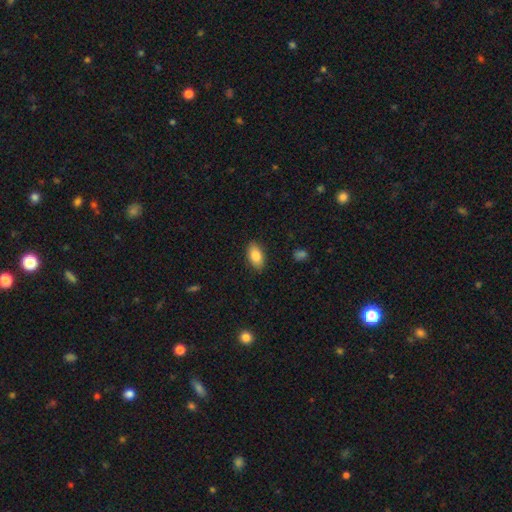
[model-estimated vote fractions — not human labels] Morphology: type=smooth (85%); roundness=in between (92%); merging=none (88%).